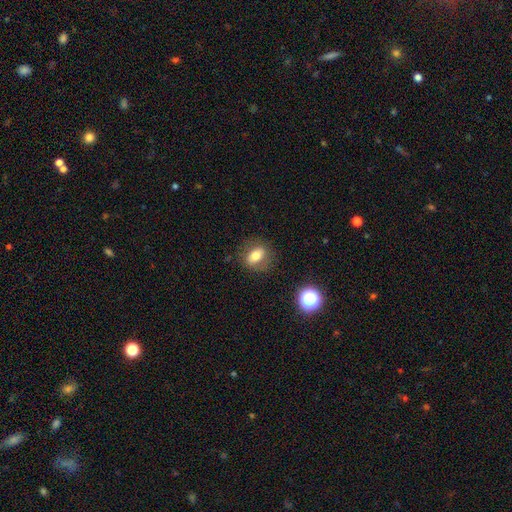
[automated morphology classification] type=smooth (68%); roundness=in between (68%); merging=none (78%).